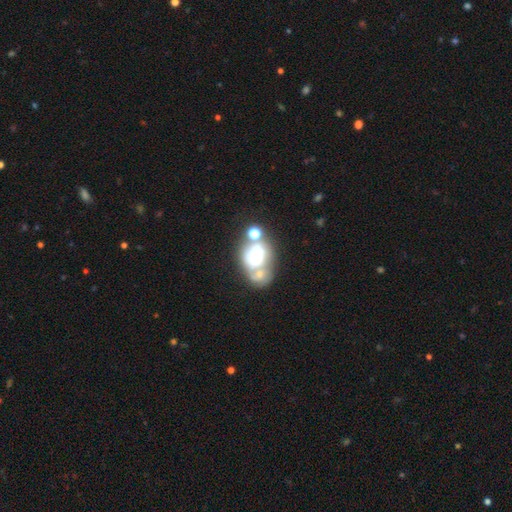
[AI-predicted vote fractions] The model was most divided on "smooth or featured": featured or disk: 52%, smooth: 37%, star or artifact: 12%. More confident: edge-on disk — no (97%); merging — merger (52%).